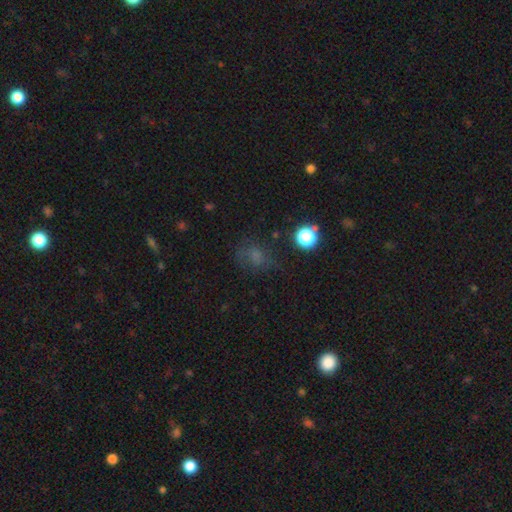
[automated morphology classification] smooth_or_featured: smooth (p=0.55) [alt: star or artifact p=0.29]
how_rounded: round (p=0.55) [alt: in between p=0.43]
merging: none (p=0.55) [alt: minor disturbance p=0.23]